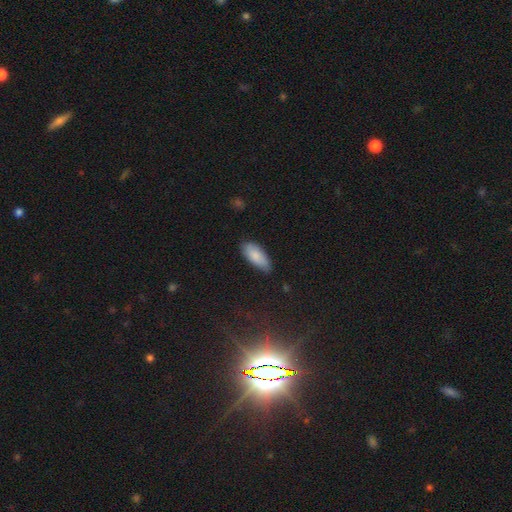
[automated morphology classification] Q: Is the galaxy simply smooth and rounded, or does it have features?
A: smooth — 85%.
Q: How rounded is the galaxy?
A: in between — 84%.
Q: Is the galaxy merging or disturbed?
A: none — 79%.